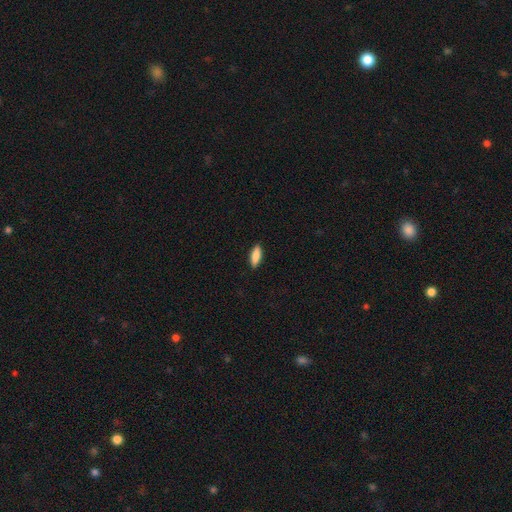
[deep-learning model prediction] Smooth or featured? Predicted: smooth (p=0.86). How rounded? Predicted: in between (p=0.63). Merging? Predicted: none (p=0.89).